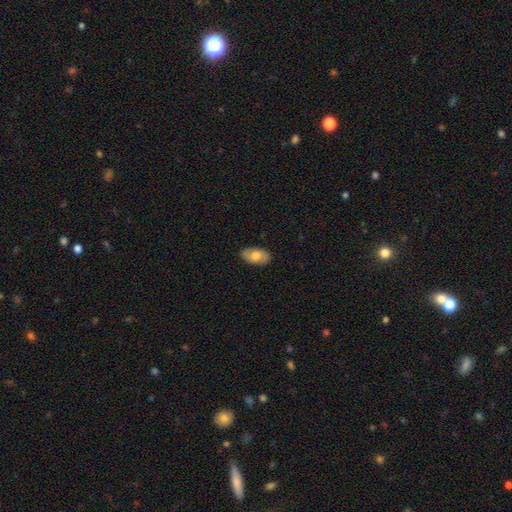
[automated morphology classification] Smooth or featured? smooth (68%)
How rounded? in between (94%)
Merging? none (85%)